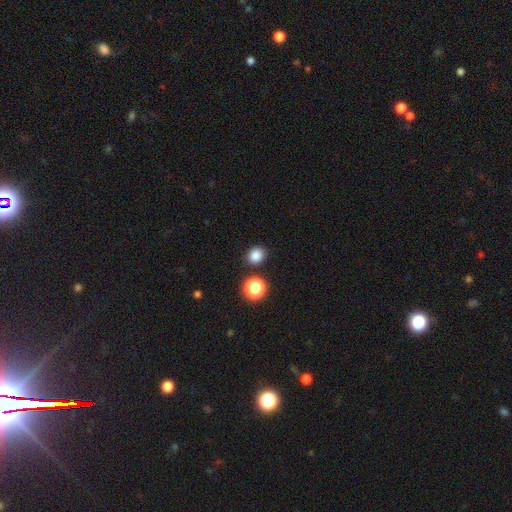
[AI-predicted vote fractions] Smooth or featured? Predicted: smooth (p=0.83). How rounded? Predicted: round (p=0.76). Merging? Predicted: none (p=0.85).